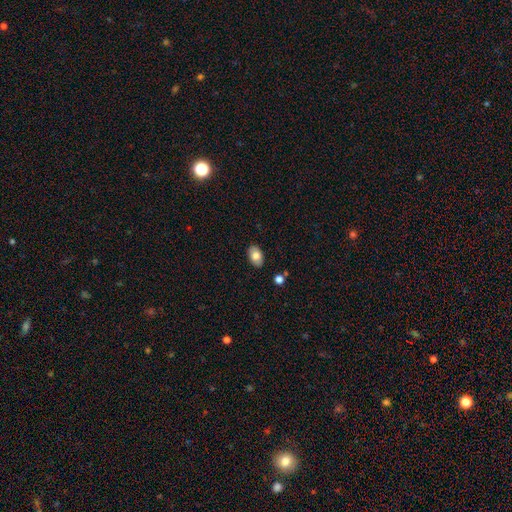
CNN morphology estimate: The model was most divided on "smooth or featured": smooth: 79%, featured or disk: 14%, star or artifact: 7%. More confident: how rounded — in between (90%); merging — none (88%).